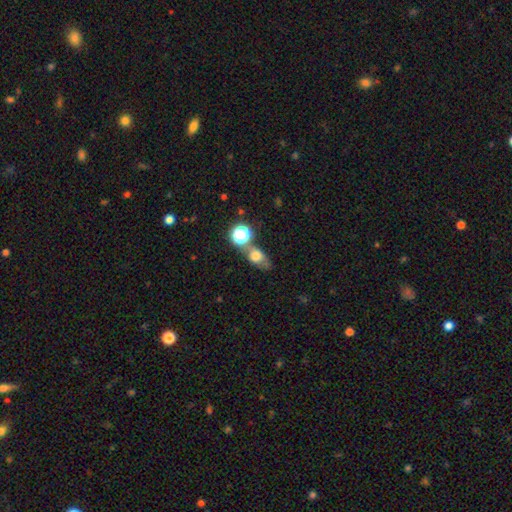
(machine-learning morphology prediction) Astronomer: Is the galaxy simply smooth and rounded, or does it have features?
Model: smooth — 63%.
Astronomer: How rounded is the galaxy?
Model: in between — 59% (runner-up: round, 37%).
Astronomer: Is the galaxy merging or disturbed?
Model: none — 45% (runner-up: merger, 25%).